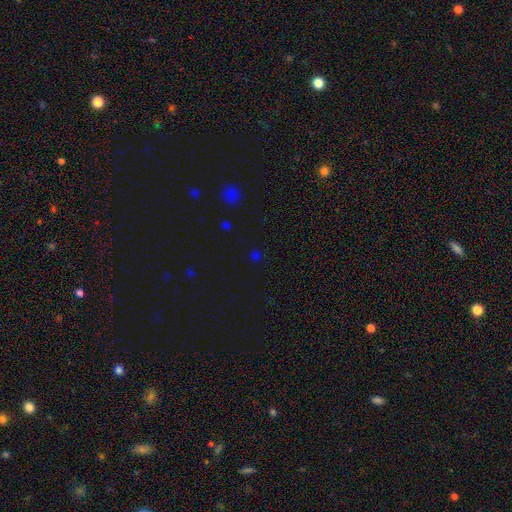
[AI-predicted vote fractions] star or artifact 48%, smooth 47%, featured or disk 6%.